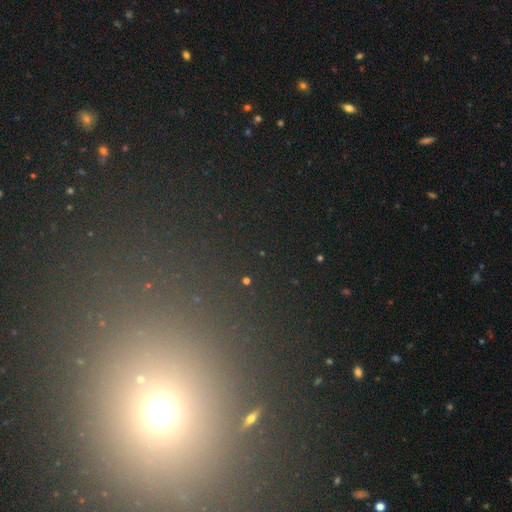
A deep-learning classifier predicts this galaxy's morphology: Smooth or featured? star or artifact (49%)